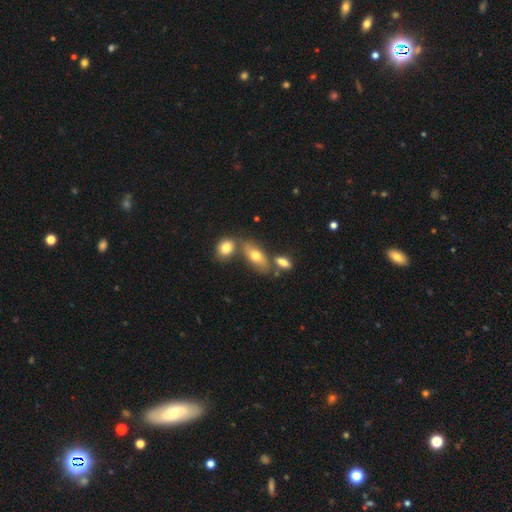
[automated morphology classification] This is likely a smooth galaxy (67%). How rounded: clearly in between (82%). Merging: possibly none (60%).